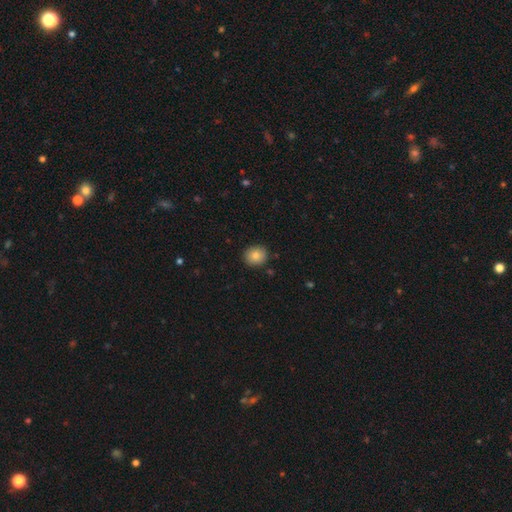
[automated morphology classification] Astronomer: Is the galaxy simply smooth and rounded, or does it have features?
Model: smooth — 84%.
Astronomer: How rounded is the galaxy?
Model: round — 81%.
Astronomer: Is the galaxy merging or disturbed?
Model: none — 89%.